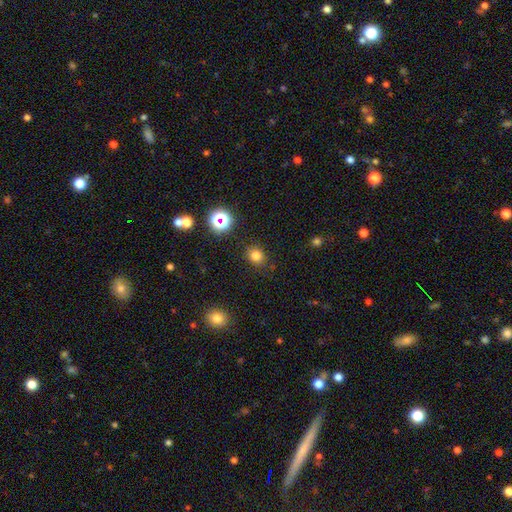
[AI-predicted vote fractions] A smooth galaxy with no disk features (78%) that is round (76%).

Vote fractions:
- Smooth or featured? smooth: 78% / star or artifact: 17% / featured or disk: 5%
- How rounded? round: 76% / in between: 23% / cigar-shaped: 1%
- Merging? none: 86% / minor disturbance: 9% / major disturbance: 3% / merger: 2%